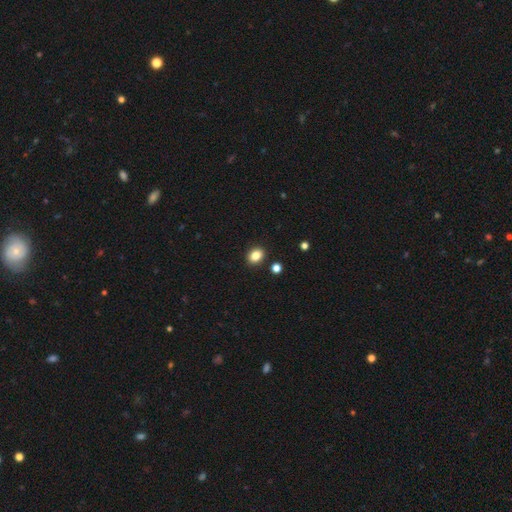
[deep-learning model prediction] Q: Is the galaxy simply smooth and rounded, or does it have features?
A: smooth — 84%.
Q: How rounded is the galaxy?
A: in between — 55%.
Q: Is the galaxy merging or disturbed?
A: none — 88%.